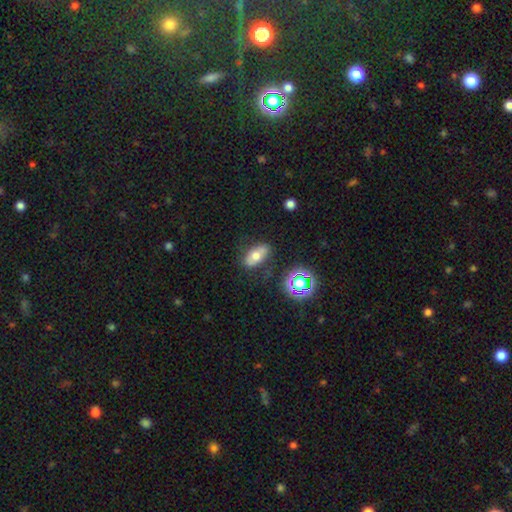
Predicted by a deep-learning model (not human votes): smooth-or-featured: smooth: 60% | featured or disk: 27% | star or artifact: 13%
  how-rounded: in between: 85% | round: 7% | cigar-shaped: 7%
  merging: none: 73% | minor disturbance: 17% | major disturbance: 6% | merger: 4%